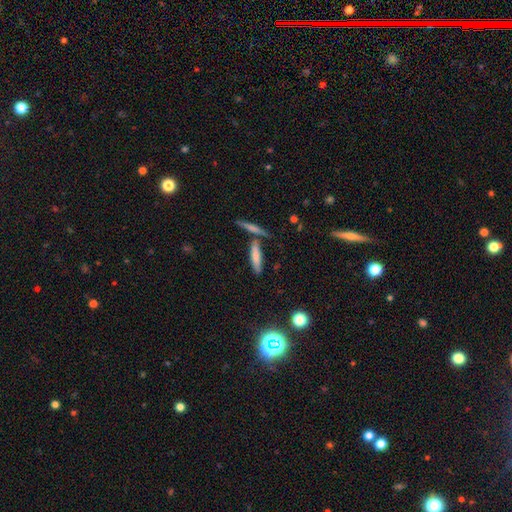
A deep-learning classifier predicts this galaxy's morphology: This is likely a smooth galaxy (73%). How rounded: likely cigar-shaped (75%). Merging: likely none (64%).